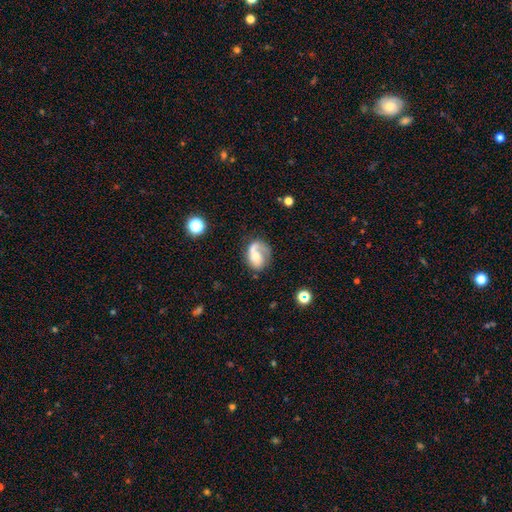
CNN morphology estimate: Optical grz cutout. It shows a featured or disk galaxy (60%) with no bar (65%), spiral arms (81%) and a moderate central bulge (46%). Merging: none (45%).